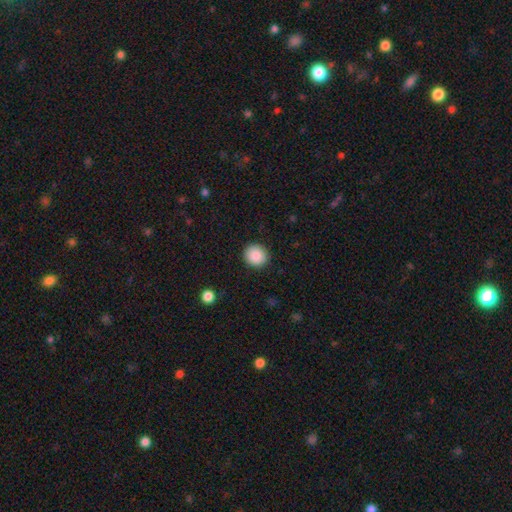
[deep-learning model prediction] A smooth galaxy with no disk features (89%) that is round (90%).

Vote fractions:
- Smooth or featured? smooth: 89% / star or artifact: 8% / featured or disk: 3%
- How rounded? round: 90% / in between: 9% / cigar-shaped: 1%
- Merging? none: 91% / minor disturbance: 6% / major disturbance: 2% / merger: 1%